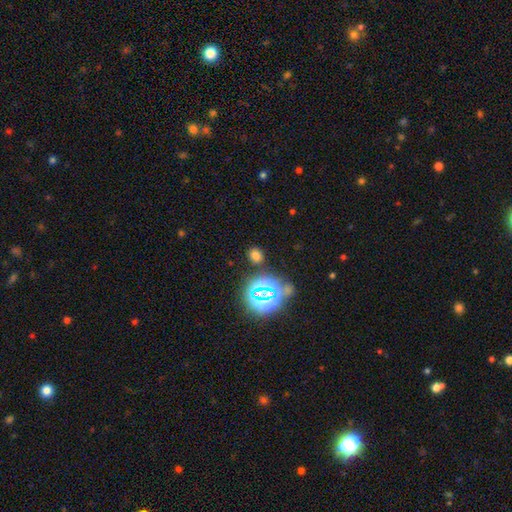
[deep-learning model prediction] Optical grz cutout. It shows a smooth galaxy with no disk features (63%) that is round (58%). Merging: none (84%).